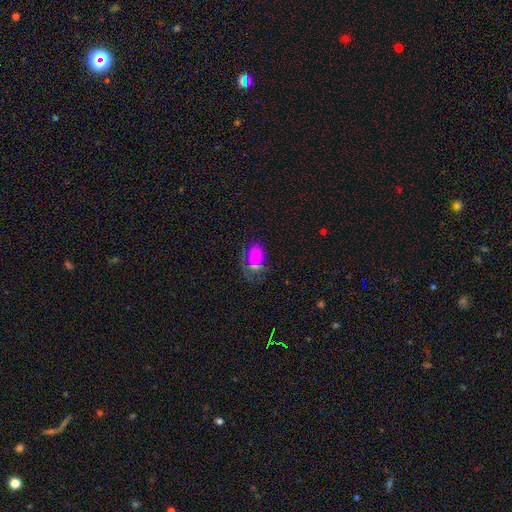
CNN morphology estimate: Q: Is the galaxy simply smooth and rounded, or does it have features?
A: smooth — 67%.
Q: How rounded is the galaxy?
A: in between — 82%.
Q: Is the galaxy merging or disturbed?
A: none — 51%.